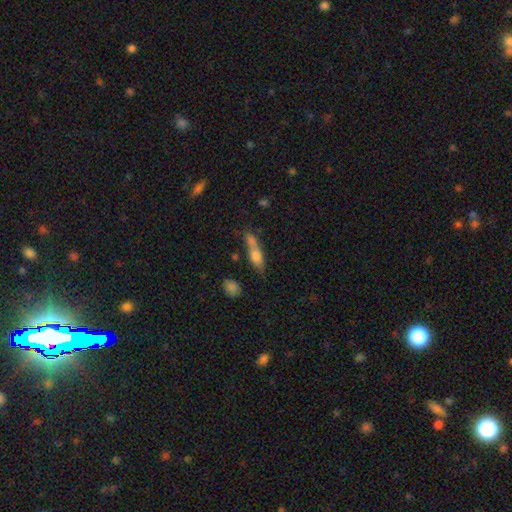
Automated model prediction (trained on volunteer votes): smooth_or_featured: smooth (p=0.63) [alt: featured or disk p=0.29]
how_rounded: cigar-shaped (p=0.56) [alt: in between p=0.39]
merging: none (p=0.46) [alt: merger p=0.25]